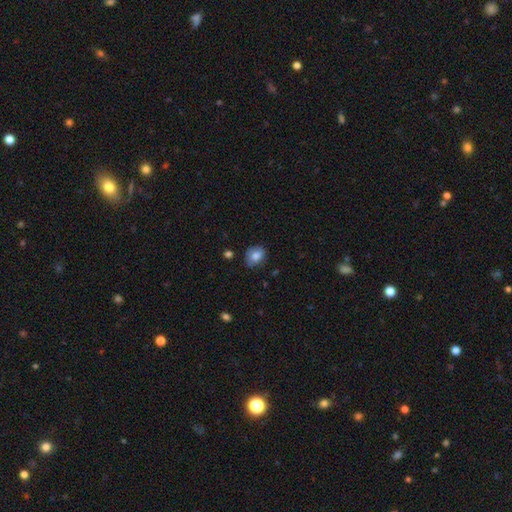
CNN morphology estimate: The model was most divided on "how rounded": round: 54%, in between: 45%, cigar-shaped: 1%. More confident: smooth or featured — smooth (79%); merging — none (72%).